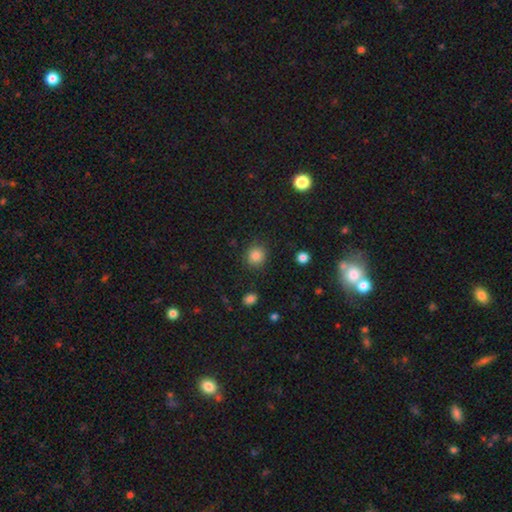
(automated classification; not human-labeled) smooth_or_featured: smooth (p=0.84) [alt: star or artifact p=0.11]
how_rounded: round (p=0.88) [alt: in between p=0.11]
merging: none (p=0.87) [alt: minor disturbance p=0.09]